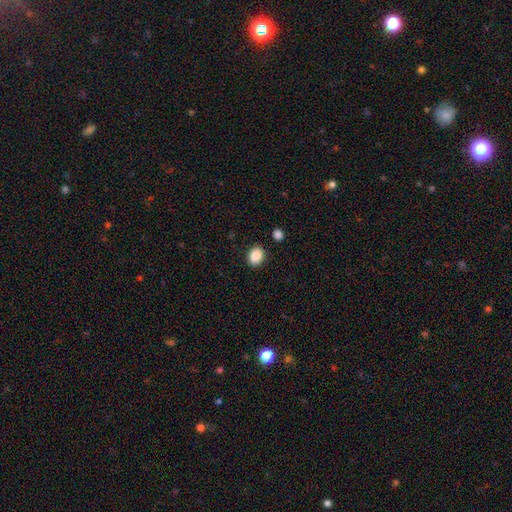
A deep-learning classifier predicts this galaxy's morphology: Smooth or featured?
  - smooth: 88% *
  - star or artifact: 9%
  - featured or disk: 4%
How rounded?
  - in between: 56% *
  - round: 43%
  - cigar-shaped: 1%
Merging?
  - none: 87% *
  - minor disturbance: 8%
  - merger: 2%
  - major disturbance: 2%